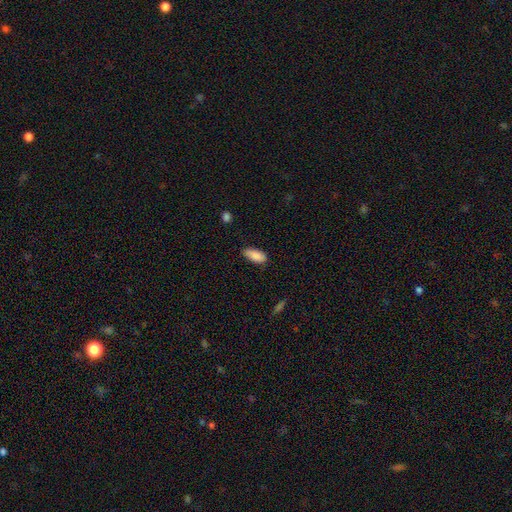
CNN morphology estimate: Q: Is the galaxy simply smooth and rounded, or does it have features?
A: smooth — 86%.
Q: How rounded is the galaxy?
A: in between — 89%.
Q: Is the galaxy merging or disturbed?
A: none — 75%.